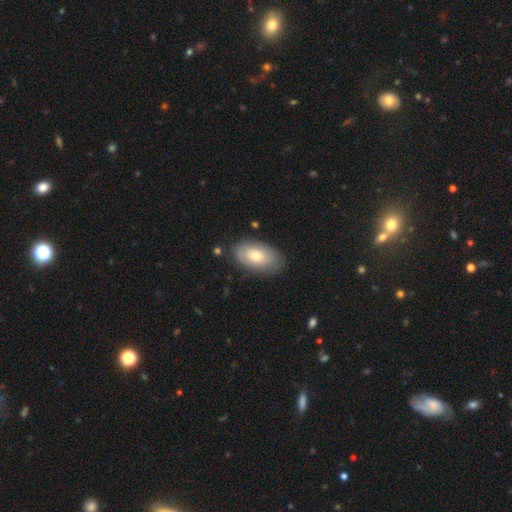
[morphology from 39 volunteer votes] smooth 59%, featured or disk 31%, star or artifact 10%. Down the decision tree: how rounded — in between (100%); merging — none (77%).